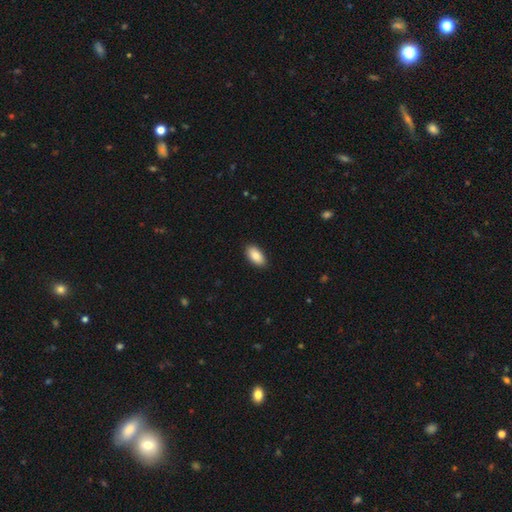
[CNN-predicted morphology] This appears to be a smooth galaxy with no disk features (88%) that is in between round and cigar-shaped (93%). Merging: none (89%).